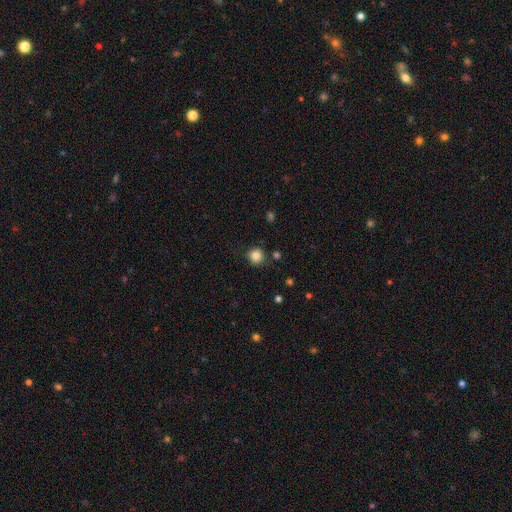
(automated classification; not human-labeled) This is clearly a smooth galaxy (84%). How rounded: clearly round (93%). Merging: clearly none (87%).